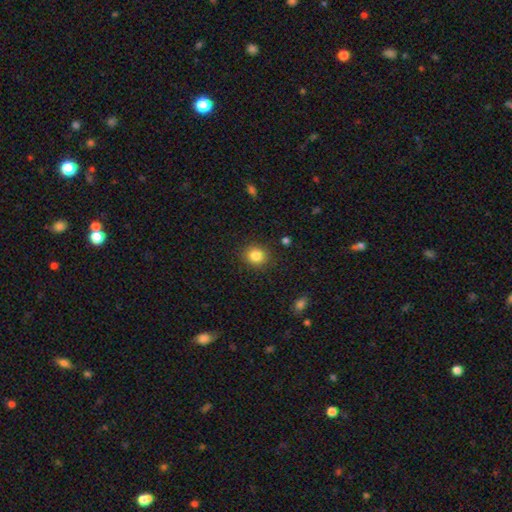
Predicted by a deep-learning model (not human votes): smooth_or_featured: smooth (p=0.85) [alt: star or artifact p=0.10]
how_rounded: round (p=0.78) [alt: in between p=0.21]
merging: none (p=0.88) [alt: minor disturbance p=0.08]